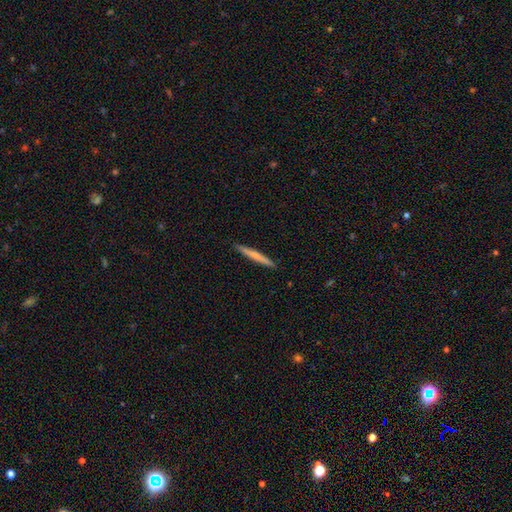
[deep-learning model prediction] Morphology: type=smooth (61%); roundness=cigar-shaped (96%); merging=none (92%).